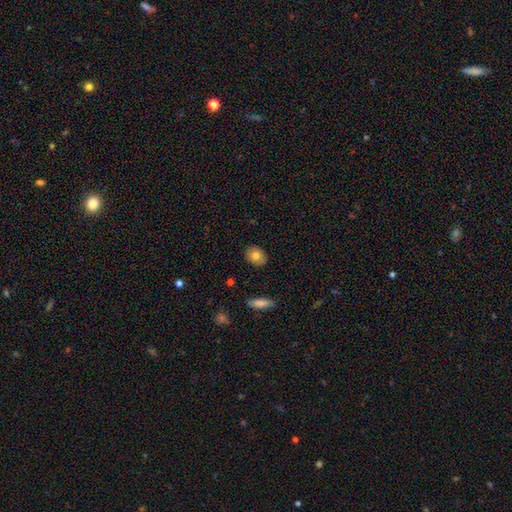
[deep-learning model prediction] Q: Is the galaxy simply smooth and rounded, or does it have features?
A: smooth — 74%.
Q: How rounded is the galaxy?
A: in between — 49%, tied with round.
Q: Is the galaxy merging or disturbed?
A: none — 87%.